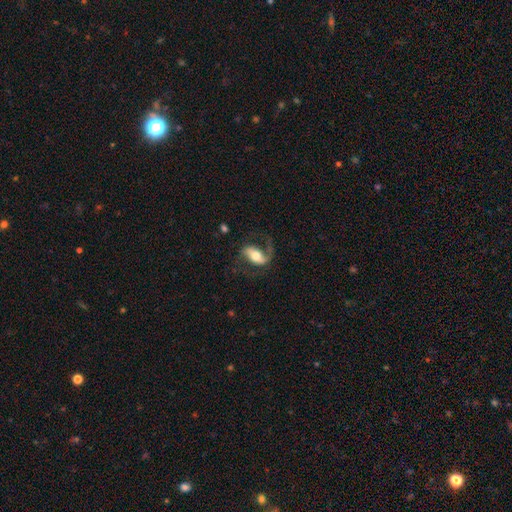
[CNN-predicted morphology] A featured or disk galaxy (75%) with a strong bar (40%), 2 (77%) loose (52%) spiral arms (92%) and a moderate central bulge (61%).

Vote fractions:
- Smooth or featured? featured or disk: 75% / smooth: 19% / star or artifact: 6%
- Edge-on disk? no: 94% / yes: 6%
- Bar? strong: 40% / weak: 32% / no: 27%
- Spiral arms? yes: 92% / no: 8%
- Spiral winding? loose: 52% / medium: 38% / tight: 10%
- Spiral arm count? 2: 77% / 1: 18% / can't tell: 3% / 3: 1% / 4: 1% / more than 4: 1%
- Bulge size? moderate: 61% / large: 20% / small: 14% / dominant: 3% / none: 2%
- Merging? none: 61% / major disturbance: 20% / minor disturbance: 17% / merger: 2%